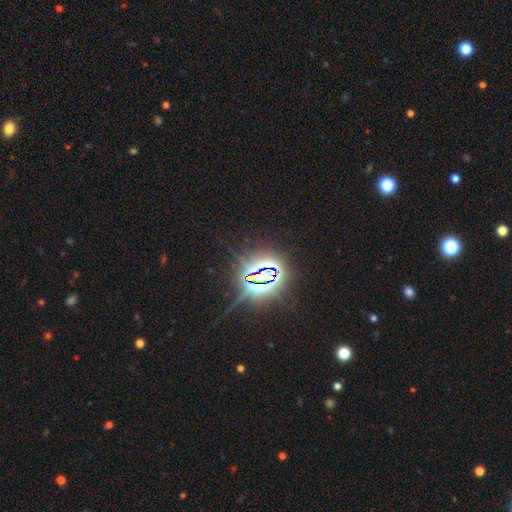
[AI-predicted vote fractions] Overall: star or artifact (85%).